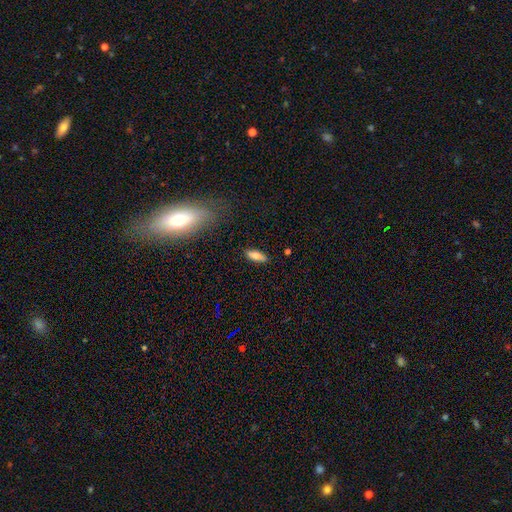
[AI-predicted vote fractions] Smooth or featured? smooth (78%)
How rounded? in between (62%)
Merging? none (86%)